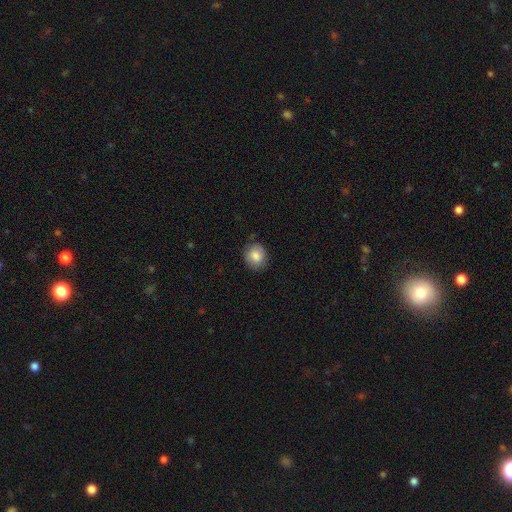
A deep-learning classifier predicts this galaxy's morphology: Smooth or featured? Predicted: smooth (p=0.81). How rounded? Predicted: round (p=0.72). Merging? Predicted: none (p=0.81).